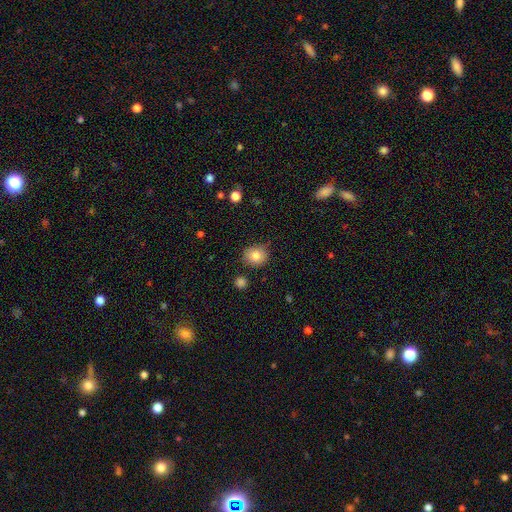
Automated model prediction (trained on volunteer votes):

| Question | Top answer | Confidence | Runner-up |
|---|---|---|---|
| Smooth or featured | smooth | 82% | star or artifact (9%) |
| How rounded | round | 79% | in between (20%) |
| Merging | none | 82% | minor disturbance (13%) |